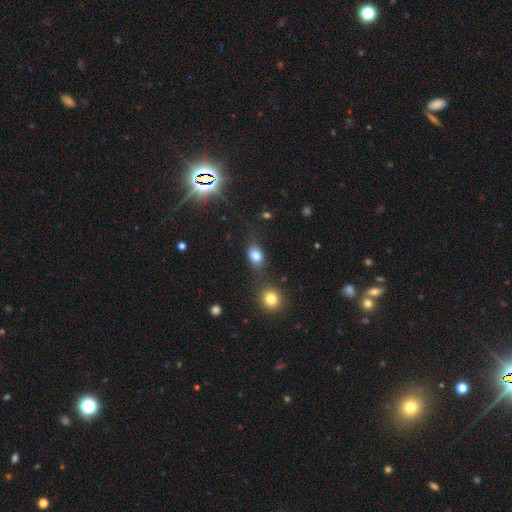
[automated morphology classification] smooth_or_featured: smooth (p=0.80) [alt: star or artifact p=0.12]
how_rounded: in between (p=0.72) [alt: round p=0.26]
merging: none (p=0.68) [alt: minor disturbance p=0.17]